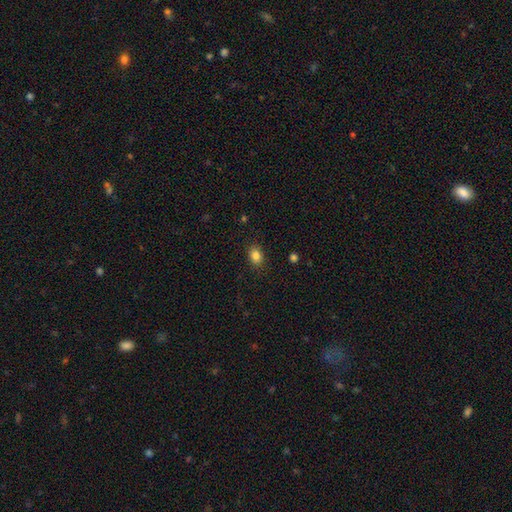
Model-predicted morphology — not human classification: Overall: smooth (84%). How rounded: in between (67%; round 32%). Merging: none (87%).